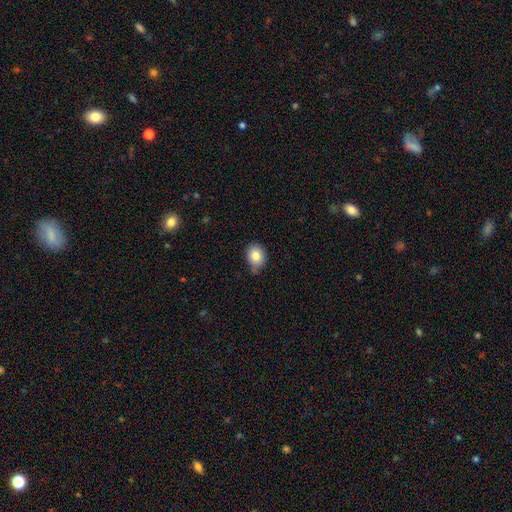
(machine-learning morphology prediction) Smooth or featured? Predicted: smooth (p=0.82). How rounded? Predicted: round (p=0.50). Merging? Predicted: none (p=0.72).